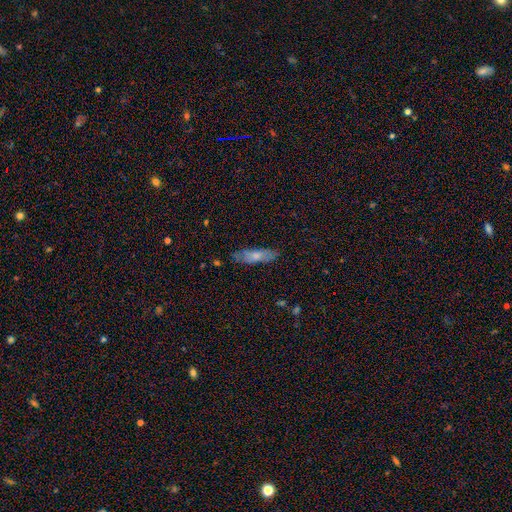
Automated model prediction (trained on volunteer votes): This is likely a smooth galaxy (68%). How rounded: possibly cigar-shaped (55%). Merging: likely none (78%).